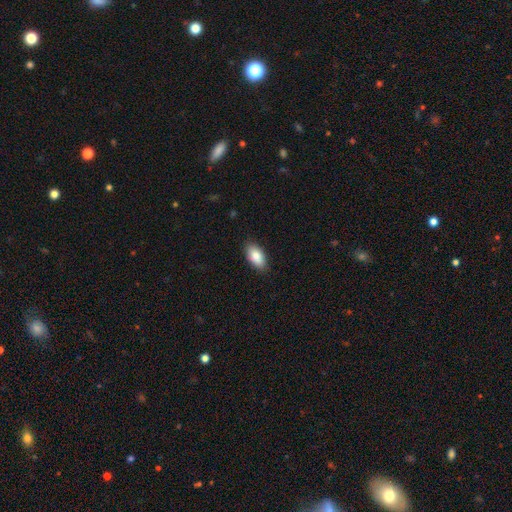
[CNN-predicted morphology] type=smooth (85%); roundness=in between (92%); merging=none (86%).